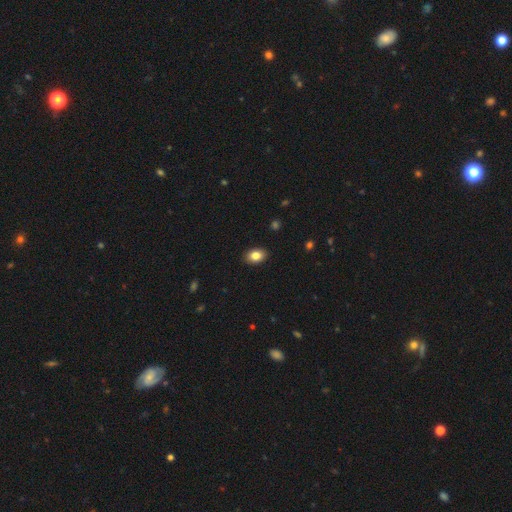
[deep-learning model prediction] Smooth or featured? smooth (84%)
How rounded? in between (84%)
Merging? none (90%)